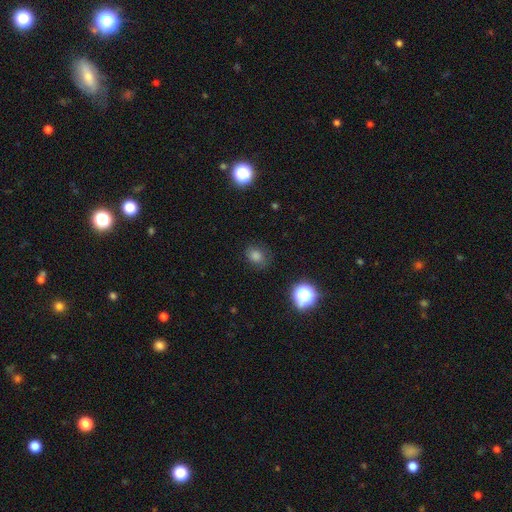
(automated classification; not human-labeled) This appears to be a smooth galaxy with no disk features (73%) that is round (56%). Merging: none (74%).